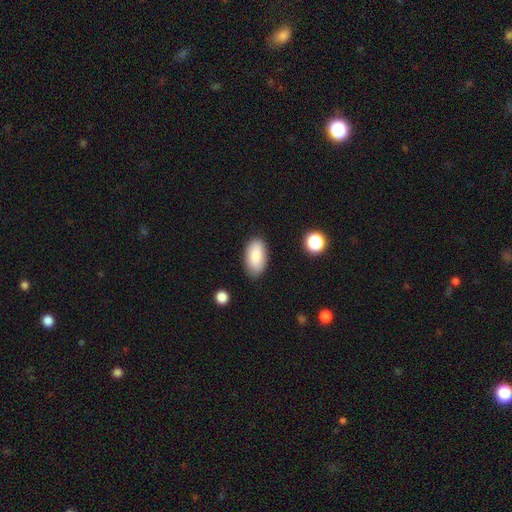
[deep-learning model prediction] Smooth or featured? smooth (85%)
How rounded? in between (94%)
Merging? none (84%)